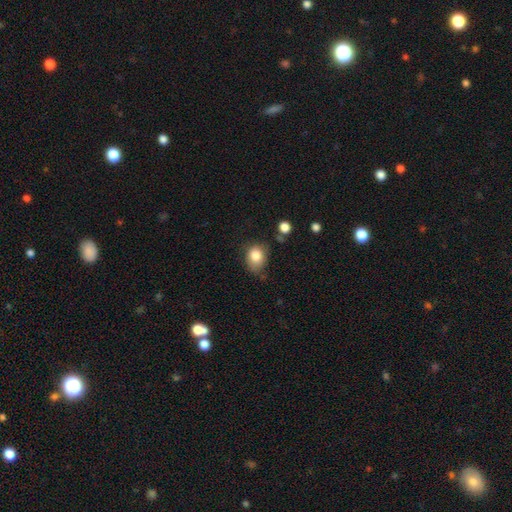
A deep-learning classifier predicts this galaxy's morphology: This appears to be a smooth galaxy with no disk features (83%) that is round (50%). Merging: none (58%).